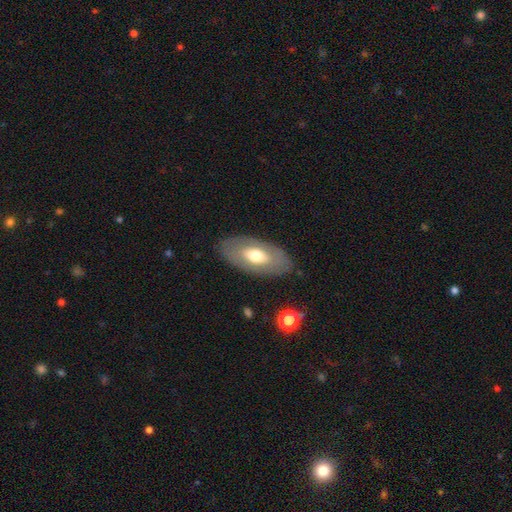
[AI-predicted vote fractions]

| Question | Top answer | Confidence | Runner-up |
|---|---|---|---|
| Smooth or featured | smooth | 53% | featured or disk (41%) |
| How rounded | in between | 92% | cigar-shaped (4%) |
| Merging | none | 84% | minor disturbance (11%) |